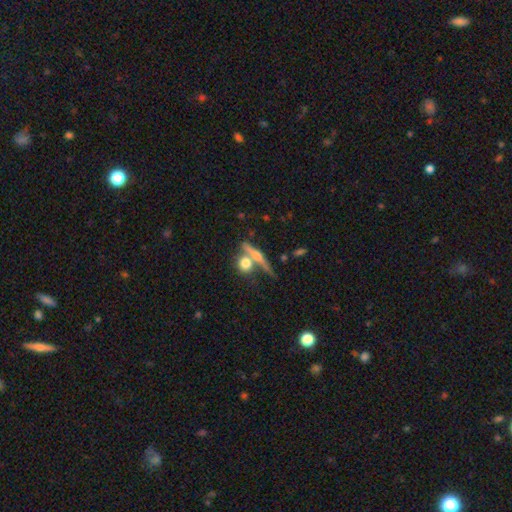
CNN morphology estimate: smooth_or_featured: featured or disk (p=0.52) [alt: smooth p=0.38]
disk_edge_on: yes (p=0.87) [alt: no p=0.13]
merging: none (p=0.55) [alt: merger p=0.28]